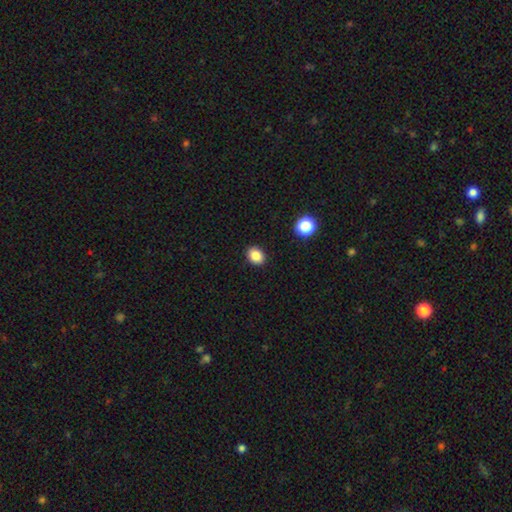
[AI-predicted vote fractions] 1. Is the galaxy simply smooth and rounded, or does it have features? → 85% smooth, 10% star or artifact, 4% featured or disk.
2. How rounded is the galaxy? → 53% in between, 46% round, 1% cigar-shaped.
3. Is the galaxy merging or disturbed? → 90% none, 6% minor disturbance, 2% major disturbance, 1% merger.